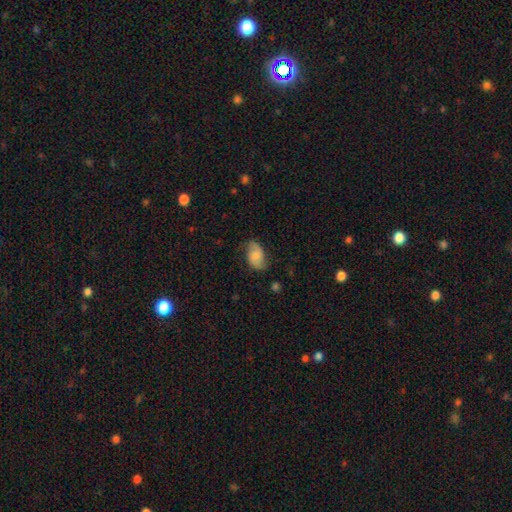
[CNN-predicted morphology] Smooth or featured? Predicted: smooth (p=0.56). How rounded? Predicted: in between (p=0.90). Merging? Predicted: none (p=0.69).